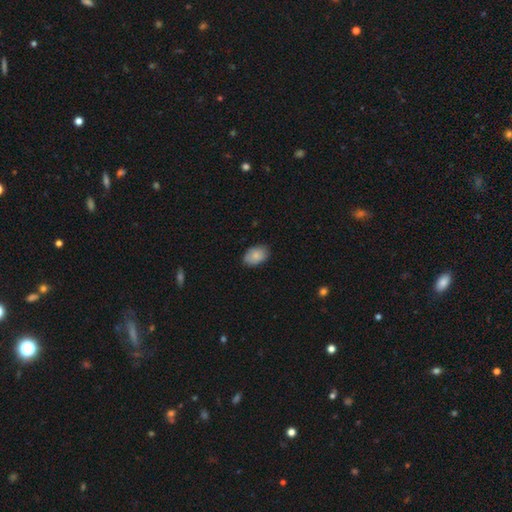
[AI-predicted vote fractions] Q: Smooth or featured?
A: smooth (82%); runner-up: featured or disk (11%)
Q: How rounded?
A: in between (86%); runner-up: round (13%)
Q: Merging?
A: none (80%); runner-up: minor disturbance (16%)